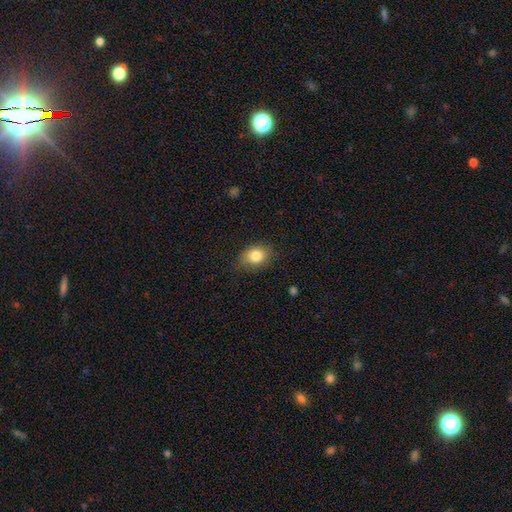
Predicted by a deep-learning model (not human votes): The model was most divided on "how rounded": in between: 60%, round: 39%, cigar-shaped: 1%. More confident: smooth or featured — smooth (83%); merging — none (79%).